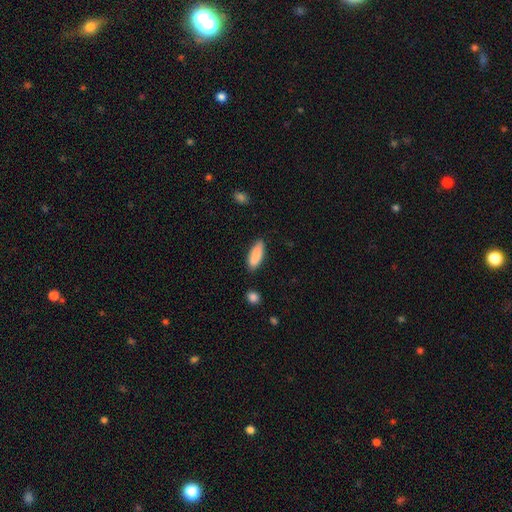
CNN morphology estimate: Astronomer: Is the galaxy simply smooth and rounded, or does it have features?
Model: smooth — 89%.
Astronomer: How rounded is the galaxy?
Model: in between — 66%.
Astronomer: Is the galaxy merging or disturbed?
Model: none — 82%.